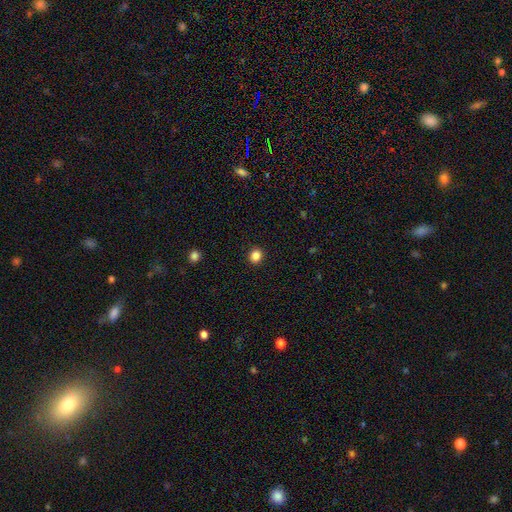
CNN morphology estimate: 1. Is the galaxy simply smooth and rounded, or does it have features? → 85% smooth, 11% star or artifact, 4% featured or disk.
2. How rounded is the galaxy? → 77% round, 22% in between, 1% cigar-shaped.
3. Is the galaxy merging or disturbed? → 92% none, 5% minor disturbance, 2% major disturbance, 1% merger.